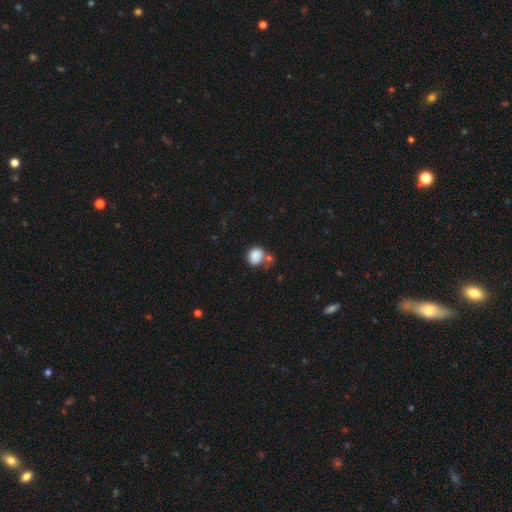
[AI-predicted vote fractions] smooth_or_featured: smooth (p=0.84) [alt: star or artifact p=0.09]
how_rounded: round (p=0.72) [alt: in between p=0.27]
merging: none (p=0.47) [alt: merger p=0.28]